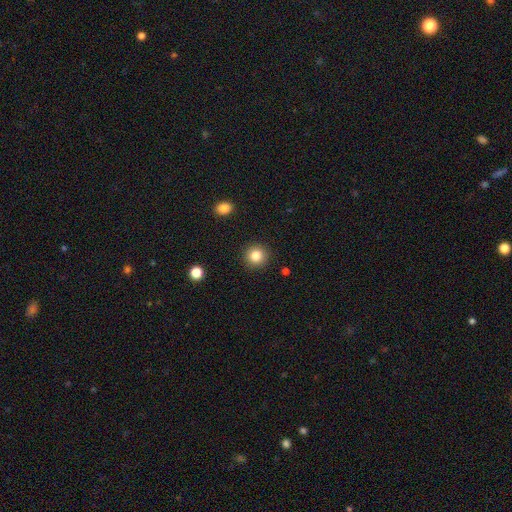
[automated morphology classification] Smooth or featured? smooth (84%)
How rounded? round (93%)
Merging? none (91%)